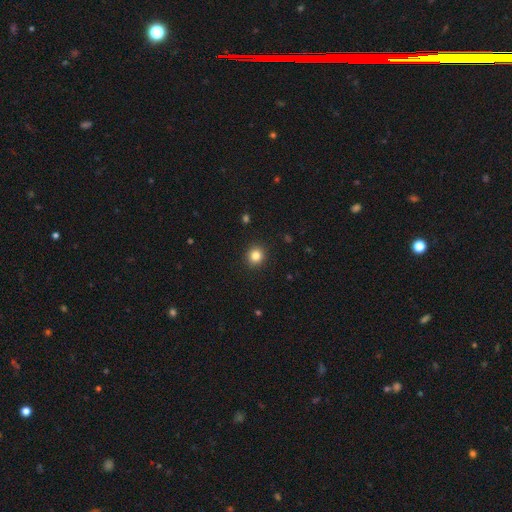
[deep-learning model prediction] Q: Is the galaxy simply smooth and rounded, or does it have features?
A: smooth — 83%.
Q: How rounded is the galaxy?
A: round — 89%.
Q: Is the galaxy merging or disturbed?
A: none — 92%.